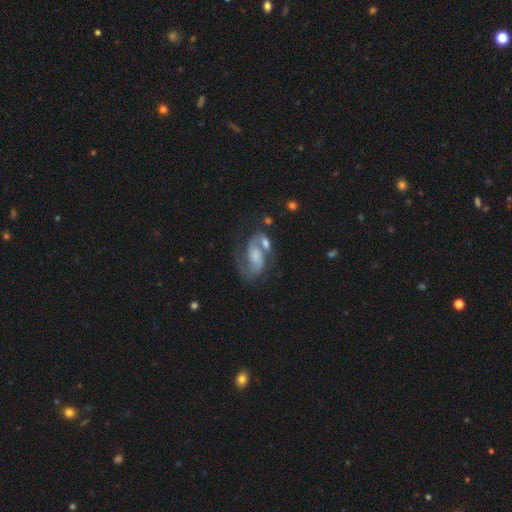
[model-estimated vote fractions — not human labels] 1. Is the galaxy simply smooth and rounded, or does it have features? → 81% featured or disk, 12% smooth, 7% star or artifact.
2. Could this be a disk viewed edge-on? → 97% no, 3% yes.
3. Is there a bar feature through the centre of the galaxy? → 47% no, 38% weak, 15% strong.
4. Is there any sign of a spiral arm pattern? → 93% yes, 7% no.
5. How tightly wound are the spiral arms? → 53% medium, 28% loose, 19% tight.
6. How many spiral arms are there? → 84% 2, 9% 1, 5% can't tell, 1% 3, 1% 4, 1% more than 4.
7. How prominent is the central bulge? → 33% small, 30% moderate, 23% none, 11% large, 2% dominant.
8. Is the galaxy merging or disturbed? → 44% none, 24% merger, 17% minor disturbance, 15% major disturbance.